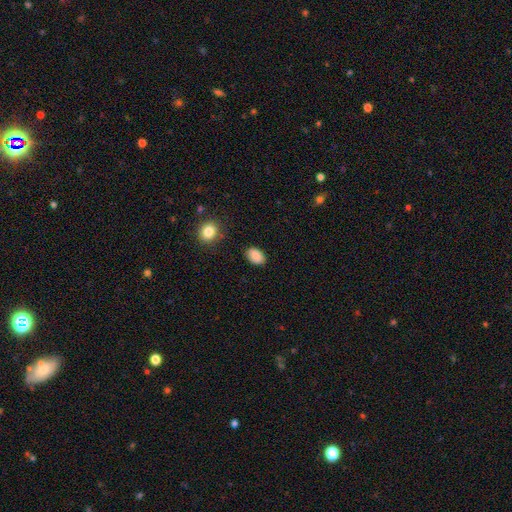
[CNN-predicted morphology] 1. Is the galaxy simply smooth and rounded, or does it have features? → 88% smooth, 8% star or artifact, 4% featured or disk.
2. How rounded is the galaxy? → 87% in between, 11% round, 1% cigar-shaped.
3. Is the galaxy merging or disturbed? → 86% none, 10% minor disturbance, 3% major disturbance, 2% merger.